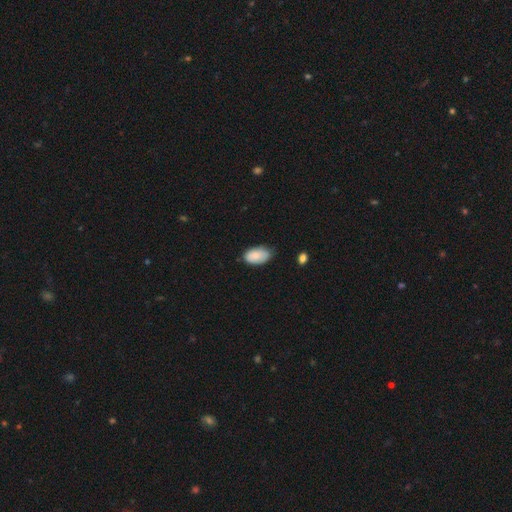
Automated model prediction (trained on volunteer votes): Q: Smooth or featured?
A: smooth (77%); runner-up: featured or disk (16%)
Q: How rounded?
A: in between (93%); runner-up: round (6%)
Q: Merging?
A: none (61%); runner-up: minor disturbance (32%)